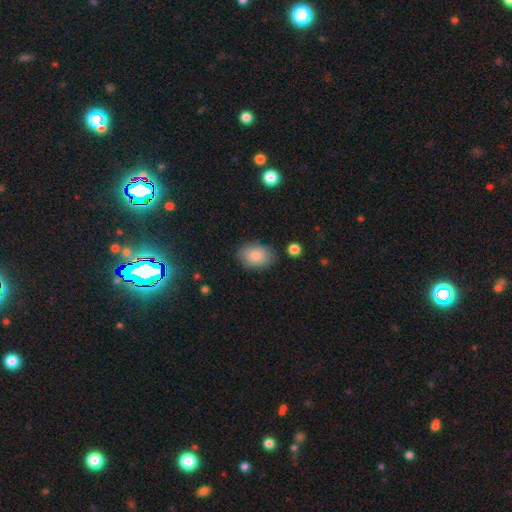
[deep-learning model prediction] Smooth or featured? Predicted: smooth (p=0.85). How rounded? Predicted: in between (p=0.80). Merging? Predicted: none (p=0.82).